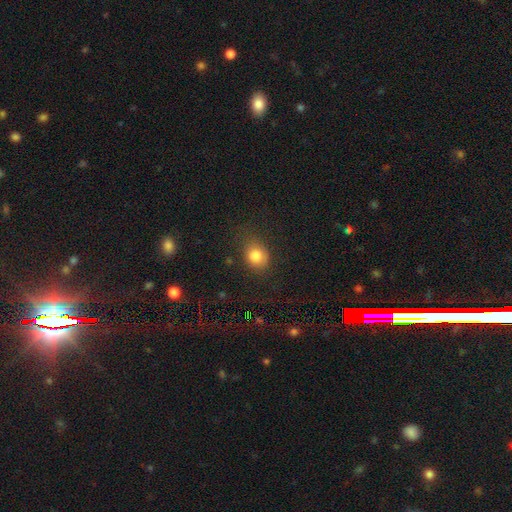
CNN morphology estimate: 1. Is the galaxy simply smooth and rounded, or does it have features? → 82% smooth, 11% star or artifact, 7% featured or disk.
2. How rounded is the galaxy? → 59% round, 40% in between, 1% cigar-shaped.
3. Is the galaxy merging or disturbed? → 69% none, 21% minor disturbance, 8% major disturbance, 2% merger.